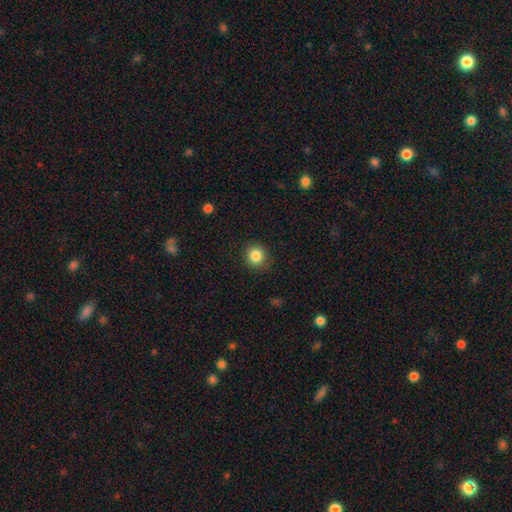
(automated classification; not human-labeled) Smooth or featured: smooth — 85% (star or artifact — 10%)
How rounded: round — 91% (in between — 8%)
Merging: none — 88% (minor disturbance — 8%)